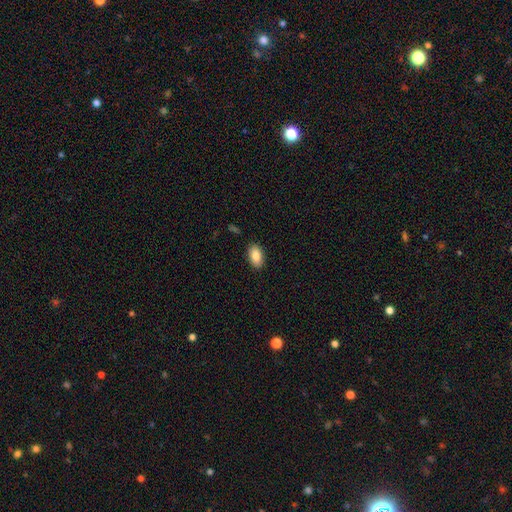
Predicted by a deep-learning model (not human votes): This is clearly a smooth galaxy (86%). How rounded: clearly in between (93%). Merging: clearly none (89%).